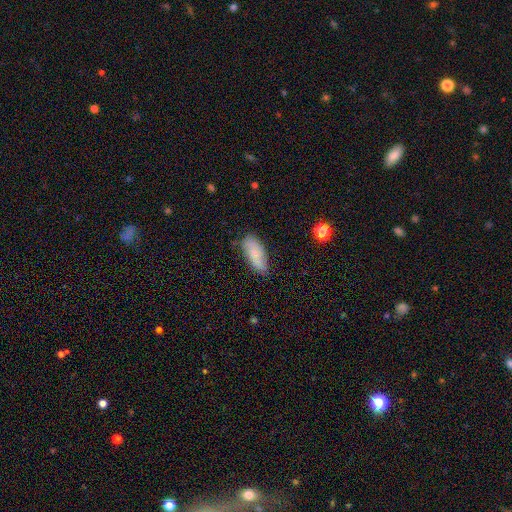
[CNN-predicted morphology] The model was most divided on "smooth or featured": smooth: 65%, featured or disk: 27%, star or artifact: 7%. More confident: how rounded — in between (85%); merging — none (72%).